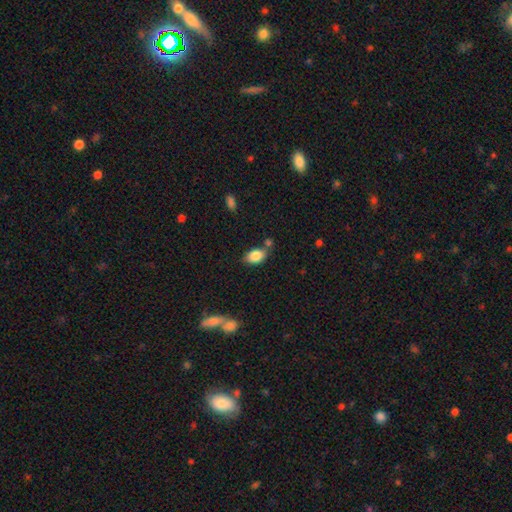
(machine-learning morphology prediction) Q: Smooth or featured?
A: smooth (85%); runner-up: star or artifact (8%)
Q: How rounded?
A: in between (88%); runner-up: round (11%)
Q: Merging?
A: none (65%); runner-up: minor disturbance (17%)